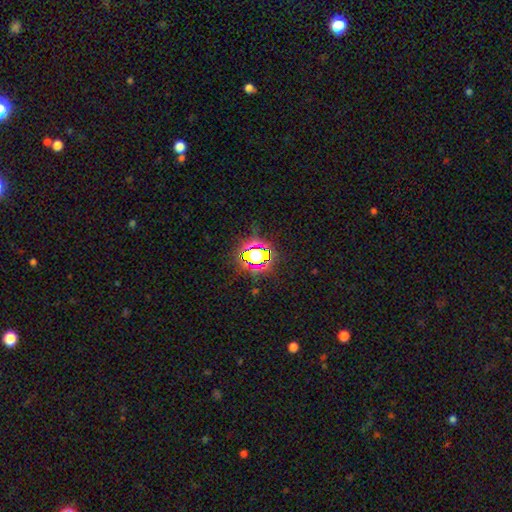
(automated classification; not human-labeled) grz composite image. It shows a star or artifact, not a galaxy (61%).